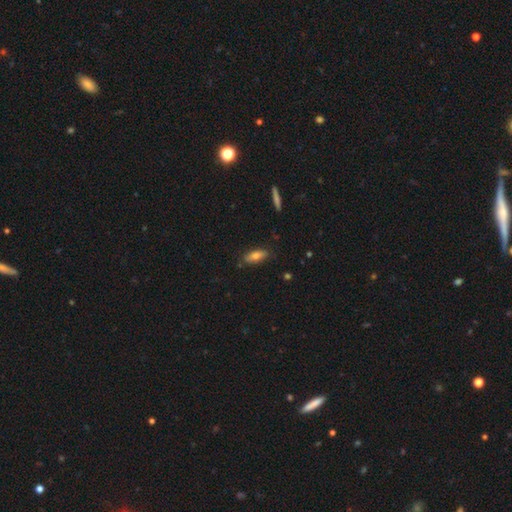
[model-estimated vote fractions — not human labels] Overall: smooth (75%). How rounded: in between (69%). Merging: none (81%).